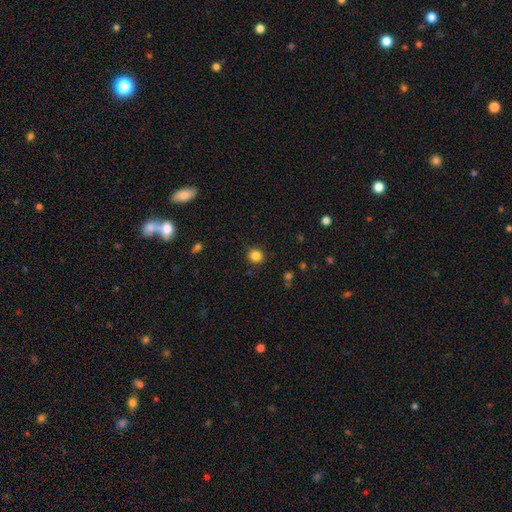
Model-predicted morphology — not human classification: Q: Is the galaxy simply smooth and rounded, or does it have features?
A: smooth — 85%.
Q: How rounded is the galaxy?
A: round — 86%.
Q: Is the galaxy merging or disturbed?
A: none — 90%.